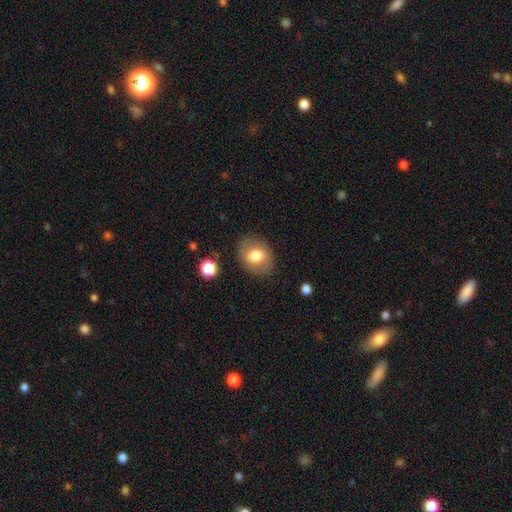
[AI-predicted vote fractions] Morphology: type=smooth (74%); roundness=in between (56%); merging=none (83%).